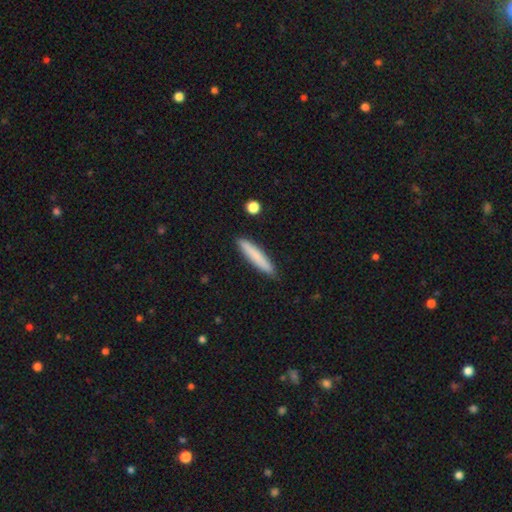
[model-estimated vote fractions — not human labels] Smooth or featured? Predicted: smooth (p=0.80). How rounded? Predicted: cigar-shaped (p=0.93). Merging? Predicted: none (p=0.89).